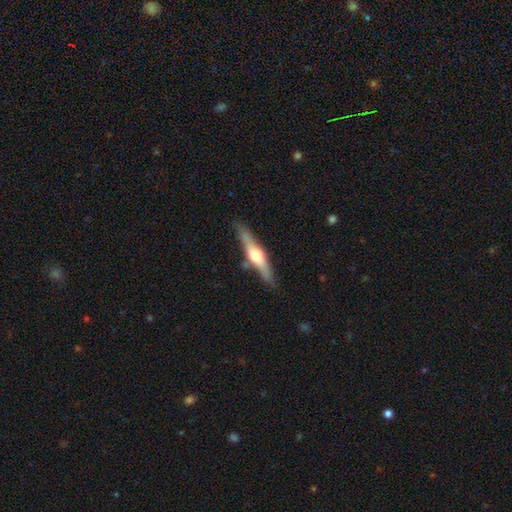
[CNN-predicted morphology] This appears to be a featured or disk galaxy (63%) viewed edge-on (95%) with a rounded central bulge (85%). Merging: none (81%).